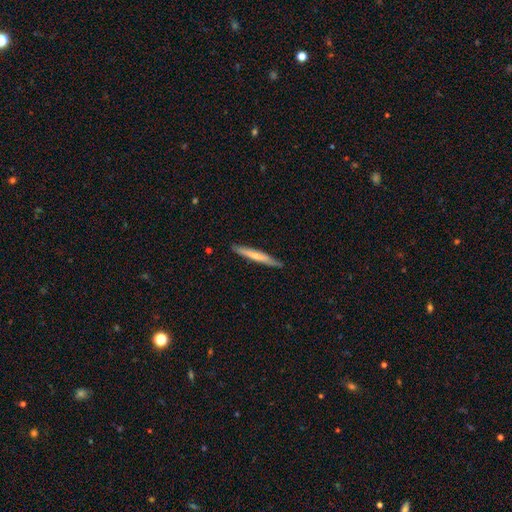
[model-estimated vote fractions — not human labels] smooth 60%, featured or disk 35%, star or artifact 5%. Down the decision tree: how rounded — cigar-shaped (96%); merging — none (89%).